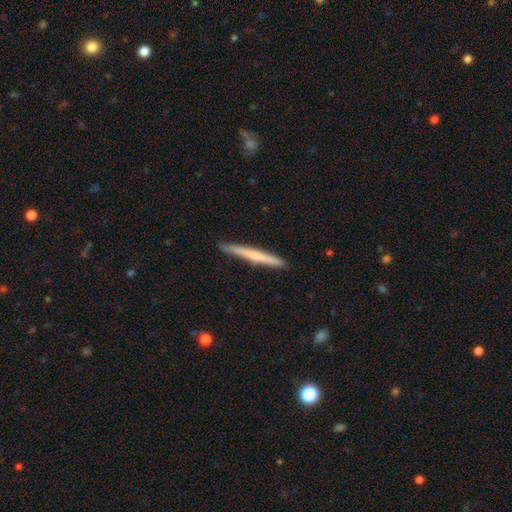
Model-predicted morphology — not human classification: This is possibly a smooth galaxy (50%). Merging: clearly none (89%).